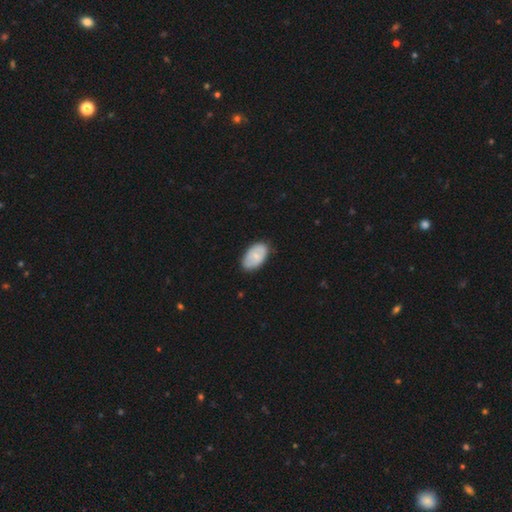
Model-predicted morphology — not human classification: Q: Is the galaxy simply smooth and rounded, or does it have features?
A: smooth — 63%.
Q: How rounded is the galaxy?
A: in between — 93%.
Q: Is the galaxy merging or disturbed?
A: none — 77%.